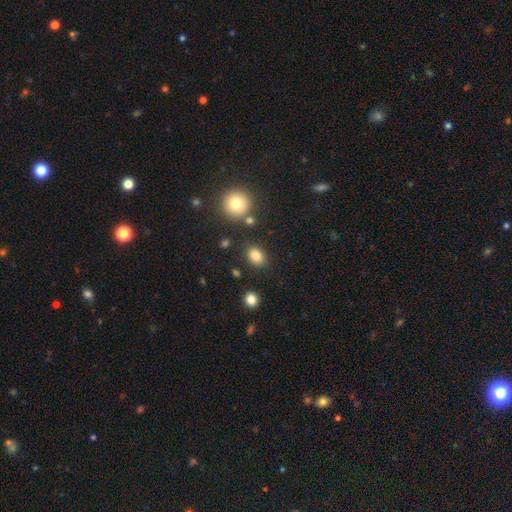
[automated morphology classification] smooth_or_featured: smooth (p=0.83) [alt: star or artifact p=0.10]
how_rounded: in between (p=0.69) [alt: round p=0.30]
merging: none (p=0.82) [alt: minor disturbance p=0.10]